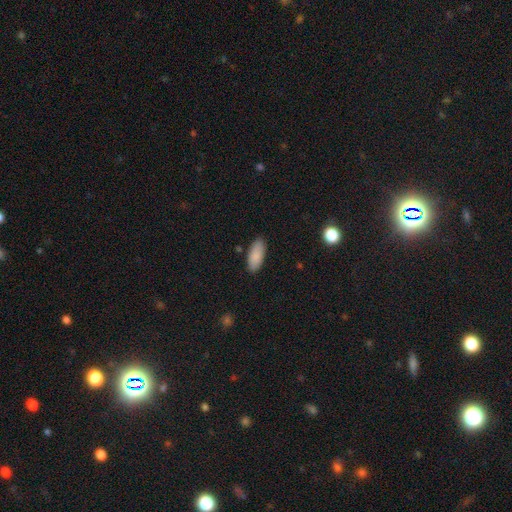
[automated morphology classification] This appears to be a smooth galaxy with no disk features (88%) that is in between round and cigar-shaped (84%). Merging: none (87%).